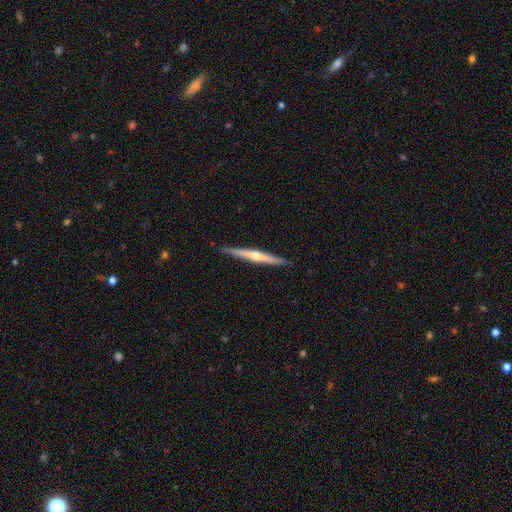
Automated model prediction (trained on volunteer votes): This appears to be a featured or disk galaxy (70%) viewed edge-on (98%) with a rounded central bulge (84%). Merging: none (91%).